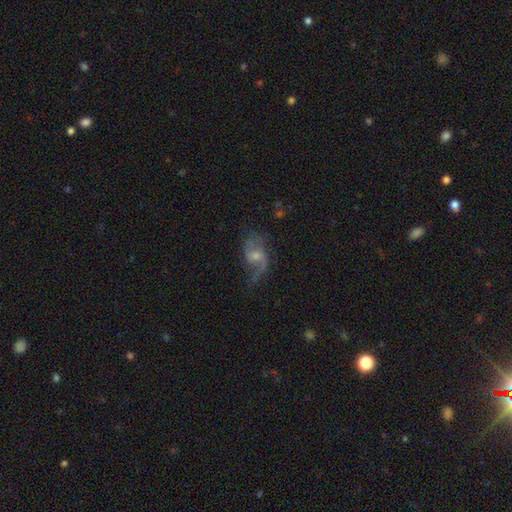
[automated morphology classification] Smooth or featured? Predicted: featured or disk (p=0.80). Edge-on disk? Predicted: no (p=0.97). Bar? Predicted: weak (p=0.46). Spiral arms? Predicted: yes (p=0.93). Spiral winding? Predicted: loose (p=0.66). Spiral arm count? Predicted: 2 (p=0.81). Bulge size? Predicted: small (p=0.51). Merging? Predicted: none (p=0.59).